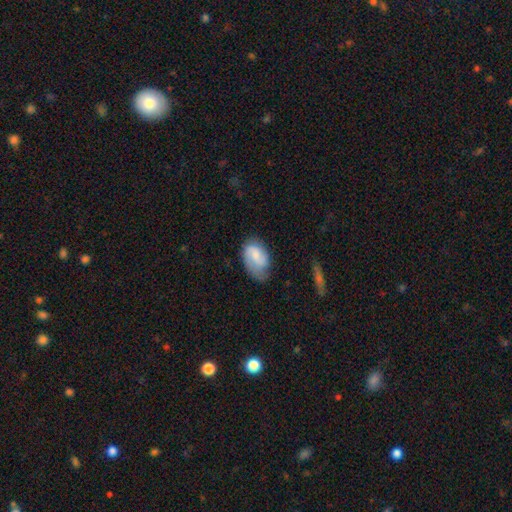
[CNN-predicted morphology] A smooth galaxy with no disk features (57%) that is in between round and cigar-shaped (88%).

Vote fractions:
- Smooth or featured? smooth: 57% / featured or disk: 36% / star or artifact: 7%
- How rounded? in between: 88% / round: 11% / cigar-shaped: 2%
- Merging? none: 49% / minor disturbance: 35% / major disturbance: 14% / merger: 2%